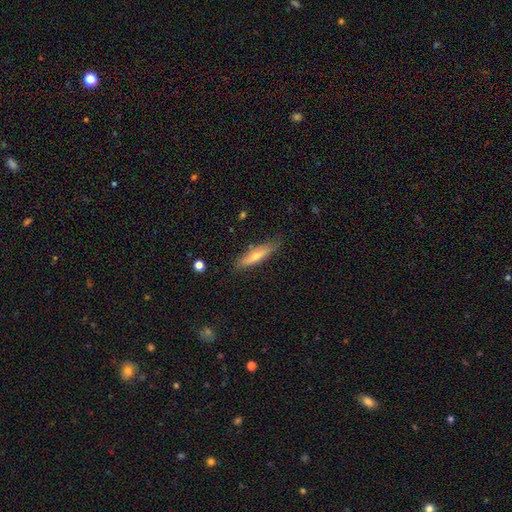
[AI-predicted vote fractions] Smooth or featured?
  - smooth: 52% *
  - featured or disk: 41%
  - star or artifact: 7%
How rounded?
  - cigar-shaped: 80% *
  - in between: 18%
  - round: 2%
Merging?
  - none: 83% *
  - minor disturbance: 13%
  - major disturbance: 2%
  - merger: 1%